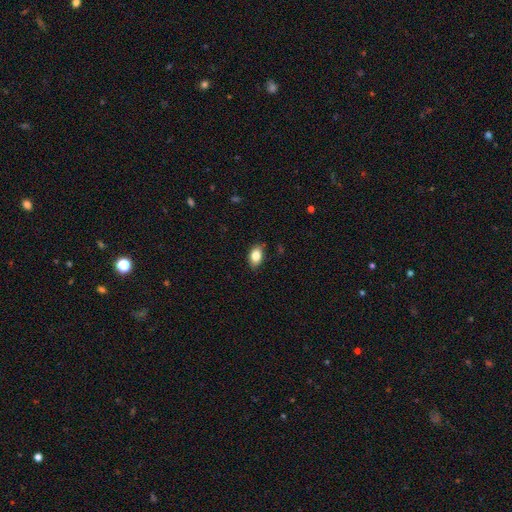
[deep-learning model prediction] Morphology: type=smooth (83%); roundness=in between (86%); merging=none (83%).